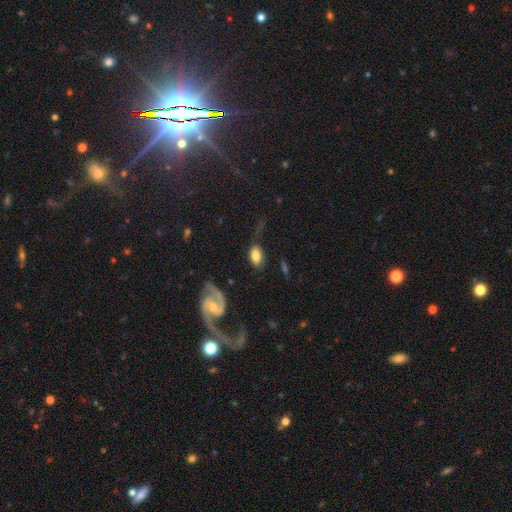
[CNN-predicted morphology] This appears to be a smooth galaxy with no disk features (69%) that is in between round and cigar-shaped (90%). Merging: none (61%).